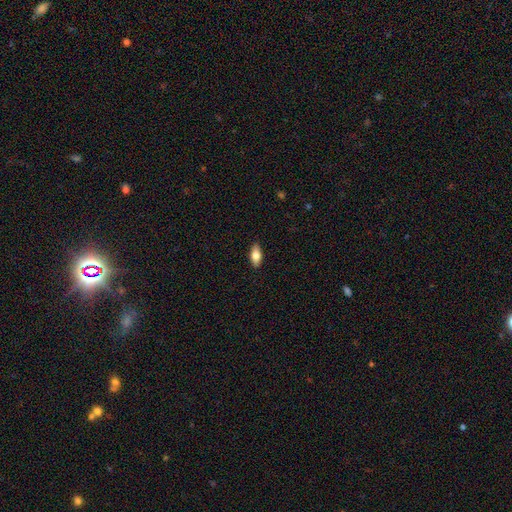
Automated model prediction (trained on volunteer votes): smooth-or-featured: smooth: 74% | featured or disk: 20% | star or artifact: 6%
  how-rounded: in between: 84% | cigar-shaped: 13% | round: 3%
  merging: none: 89% | minor disturbance: 8% | major disturbance: 2% | merger: 1%